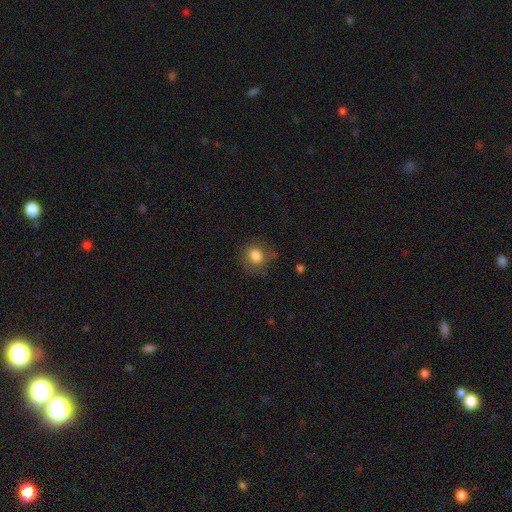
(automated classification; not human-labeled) A smooth galaxy with no disk features (82%) that is round (70%).

Vote fractions:
- Smooth or featured? smooth: 82% / star or artifact: 10% / featured or disk: 9%
- How rounded? round: 70% / in between: 29% / cigar-shaped: 1%
- Merging? none: 67% / minor disturbance: 22% / major disturbance: 9% / merger: 2%